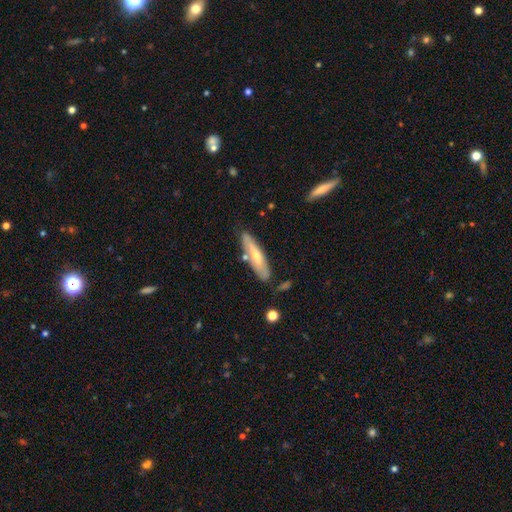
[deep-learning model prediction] Q: Smooth or featured?
A: smooth (50%); runner-up: featured or disk (44%)
Q: How rounded?
A: cigar-shaped (74%); runner-up: in between (25%)
Q: Merging?
A: none (74%); runner-up: minor disturbance (17%)